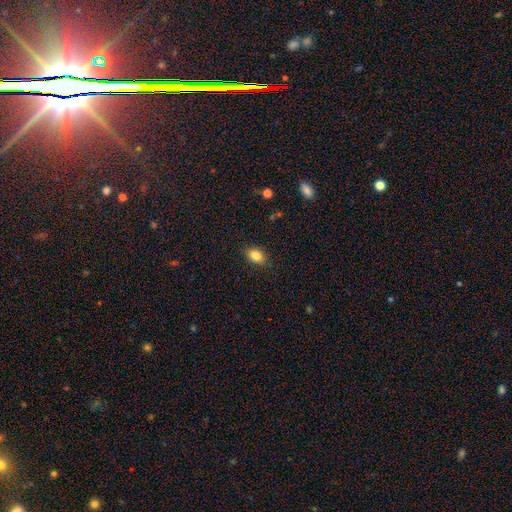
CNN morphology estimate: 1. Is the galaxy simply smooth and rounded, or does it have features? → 84% smooth, 9% star or artifact, 7% featured or disk.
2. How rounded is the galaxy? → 83% in between, 15% round, 2% cigar-shaped.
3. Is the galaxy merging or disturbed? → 87% none, 10% minor disturbance, 2% major disturbance, 1% merger.